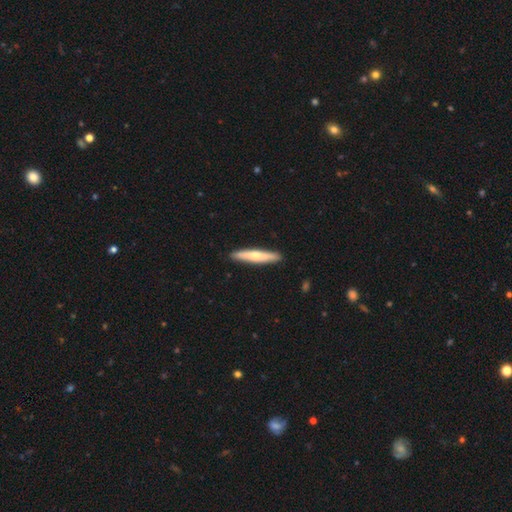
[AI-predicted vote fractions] Overall: smooth (58%; featured or disk 37%). How rounded: cigar-shaped (91%). Merging: none (91%).